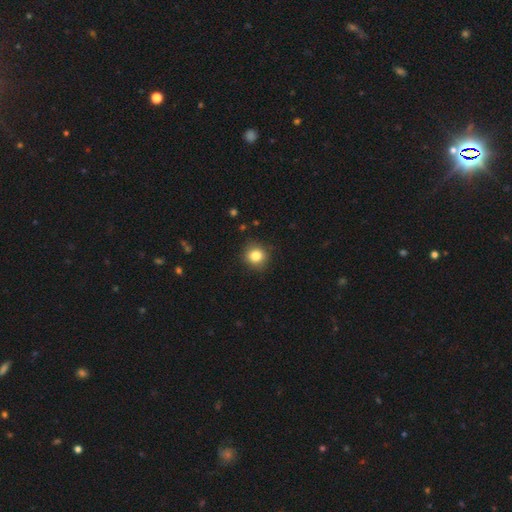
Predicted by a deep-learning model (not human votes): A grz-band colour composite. It shows a smooth galaxy with no disk features (83%) that is round (87%). Merging: none (88%).